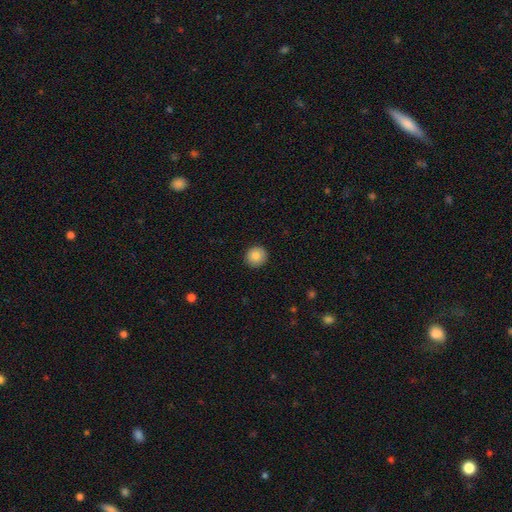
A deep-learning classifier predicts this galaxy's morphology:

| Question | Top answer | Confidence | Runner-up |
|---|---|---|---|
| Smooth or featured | smooth | 87% | star or artifact (8%) |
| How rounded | round | 93% | in between (6%) |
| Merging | none | 92% | minor disturbance (6%) |